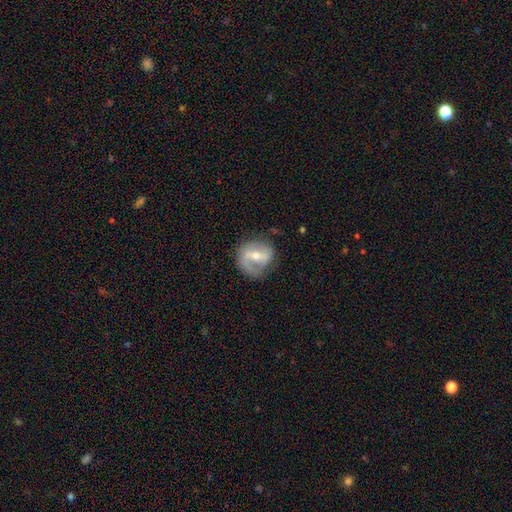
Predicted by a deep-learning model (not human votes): smooth_or_featured: featured or disk (p=0.76) [alt: smooth p=0.18]
disk_edge_on: no (p=0.97) [alt: yes p=0.03]
bar: weak (p=0.46) [alt: strong p=0.34]
has_spiral_arms: yes (p=0.89) [alt: no p=0.11]
spiral_winding: medium (p=0.47) [alt: loose p=0.31]
spiral_arm_count: 2 (p=0.72) [alt: 1 p=0.19]
bulge_size: moderate (p=0.56) [alt: small p=0.38]
merging: none (p=0.68) [alt: minor disturbance p=0.20]